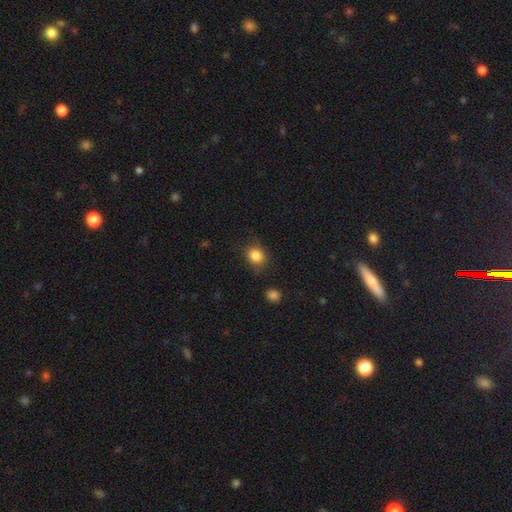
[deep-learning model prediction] The model was most divided on "how rounded": round: 65%, in between: 34%, cigar-shaped: 1%. More confident: smooth or featured — smooth (85%); merging — none (77%).